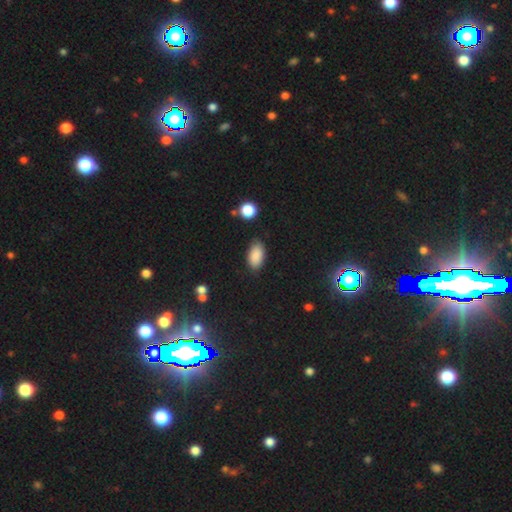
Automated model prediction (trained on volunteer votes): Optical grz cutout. It shows a smooth galaxy with no disk features (88%) that is in between round and cigar-shaped (94%). Merging: none (82%).